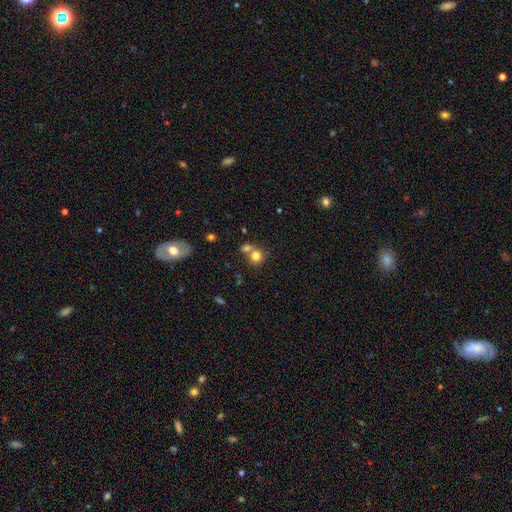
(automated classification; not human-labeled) Smooth or featured? smooth (78%)
How rounded? round (84%)
Merging? none (46%)